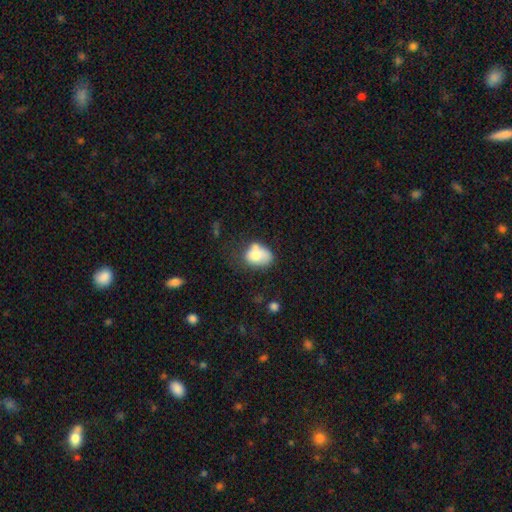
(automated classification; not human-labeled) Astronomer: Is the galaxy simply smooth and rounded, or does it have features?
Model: smooth — 73%.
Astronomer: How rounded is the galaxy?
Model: in between — 70%.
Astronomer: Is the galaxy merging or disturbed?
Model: none — 36% (runner-up: minor disturbance, 28%).